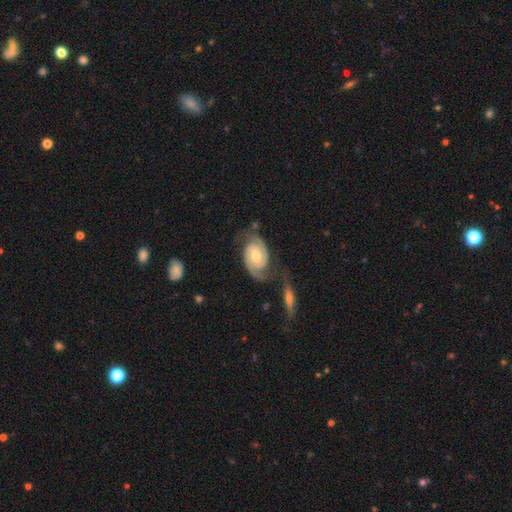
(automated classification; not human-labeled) smooth_or_featured: featured or disk (p=0.87) [alt: smooth p=0.08]
disk_edge_on: no (p=0.97) [alt: yes p=0.03]
bar: no (p=0.58) [alt: weak p=0.32]
has_spiral_arms: yes (p=0.97) [alt: no p=0.03]
spiral_winding: tight (p=0.48) [alt: medium p=0.41]
spiral_arm_count: 2 (p=0.90) [alt: can't tell p=0.04]
bulge_size: moderate (p=0.53) [alt: small p=0.41]
merging: none (p=0.63) [alt: minor disturbance p=0.17]